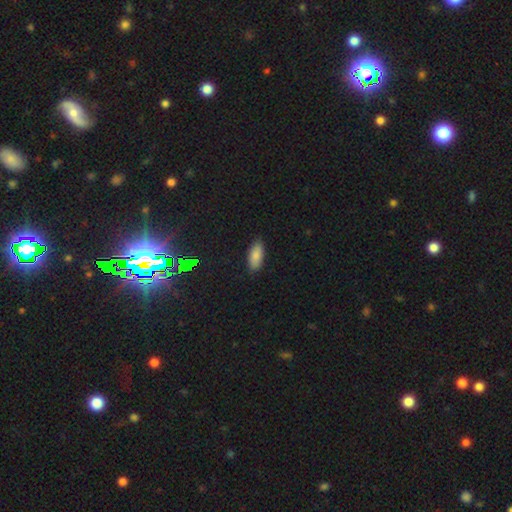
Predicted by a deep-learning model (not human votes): smooth 86%, star or artifact 8%, featured or disk 7%. Down the decision tree: how rounded — in between (85%); merging — none (85%).